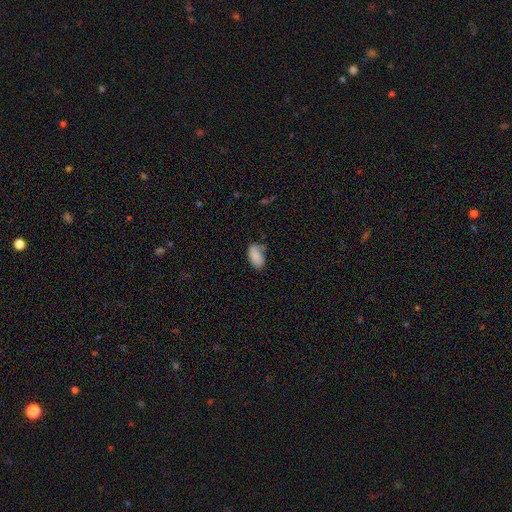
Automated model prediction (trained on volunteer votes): Smooth or featured: smooth — 84% (featured or disk — 8%)
How rounded: in between — 94% (round — 4%)
Merging: none — 56% (minor disturbance — 30%)